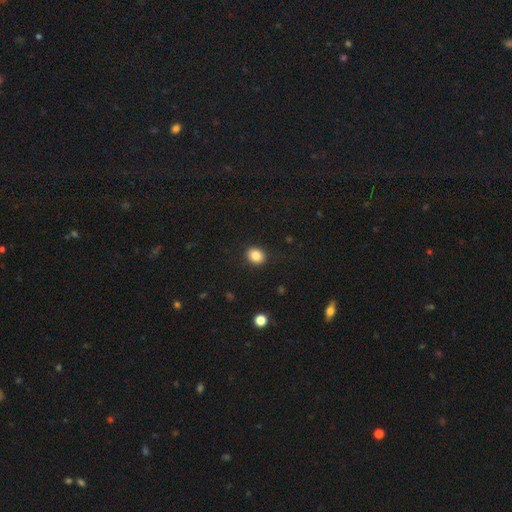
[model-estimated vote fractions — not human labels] Smooth or featured: smooth — 84% (star or artifact — 9%)
How rounded: round — 57% (in between — 42%)
Merging: none — 91% (minor disturbance — 6%)